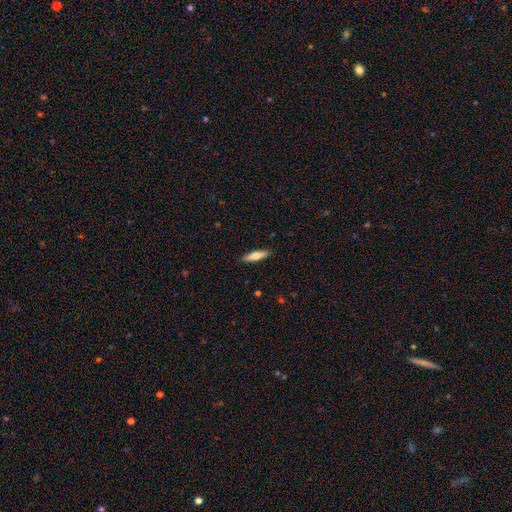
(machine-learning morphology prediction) smooth-or-featured: smooth: 64% | featured or disk: 30% | star or artifact: 6%
  how-rounded: cigar-shaped: 70% | in between: 28% | round: 2%
  merging: none: 90% | minor disturbance: 8% | major disturbance: 2% | merger: 1%